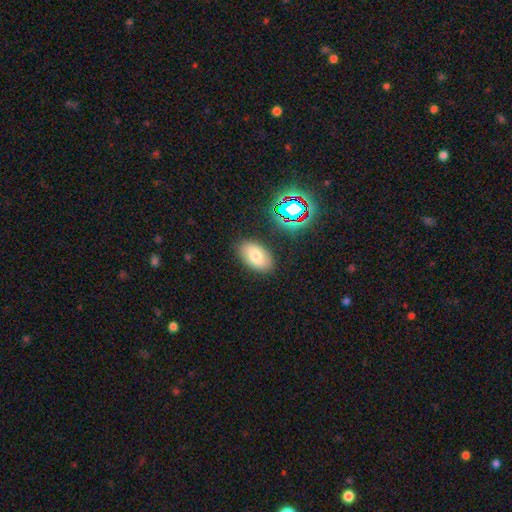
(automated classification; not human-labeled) smooth_or_featured: smooth (p=0.73) [alt: featured or disk p=0.14]
how_rounded: in between (p=0.92) [alt: round p=0.06]
merging: none (p=0.85) [alt: minor disturbance p=0.10]